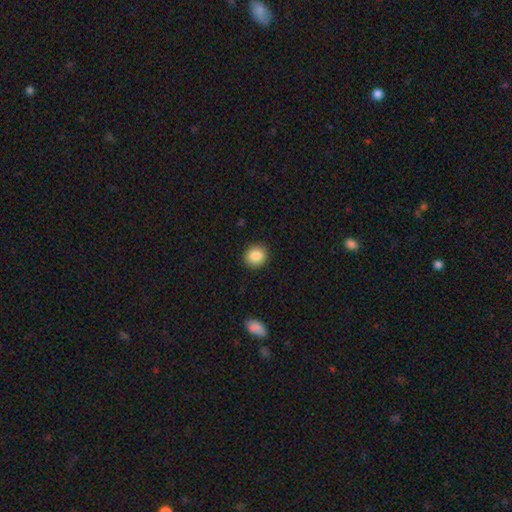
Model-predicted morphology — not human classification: This is clearly a smooth galaxy (86%). How rounded: clearly round (84%). Merging: clearly none (90%).